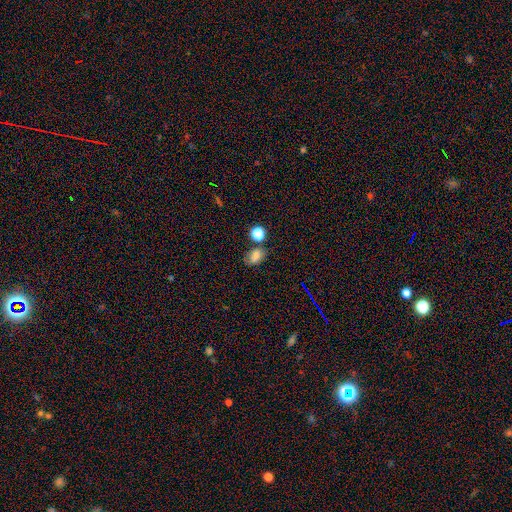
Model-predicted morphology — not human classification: smooth-or-featured: smooth: 72% | star or artifact: 19% | featured or disk: 10%
  how-rounded: in between: 73% | round: 25% | cigar-shaped: 2%
  merging: none: 62% | minor disturbance: 19% | merger: 13% | major disturbance: 7%